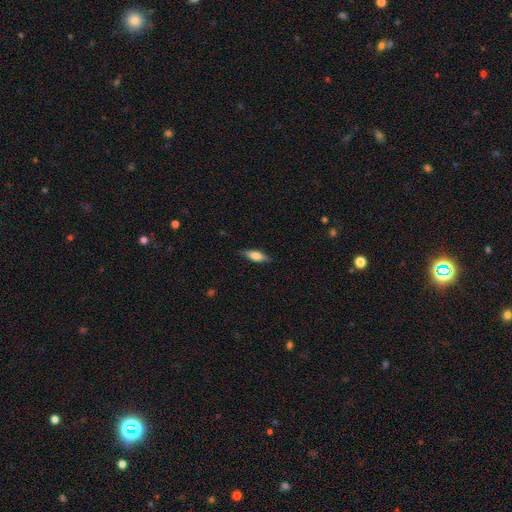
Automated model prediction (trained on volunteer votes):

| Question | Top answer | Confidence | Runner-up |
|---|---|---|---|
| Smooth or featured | smooth | 67% | featured or disk (27%) |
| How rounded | in between | 58% | cigar-shaped (39%) |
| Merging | none | 83% | minor disturbance (13%) |